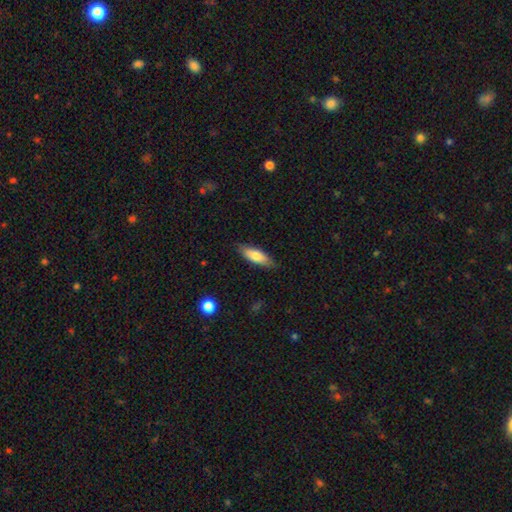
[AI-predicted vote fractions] smooth-or-featured: smooth: 75% | featured or disk: 19% | star or artifact: 6%
  how-rounded: in between: 62% | cigar-shaped: 36% | round: 2%
  merging: none: 81% | minor disturbance: 15% | major disturbance: 3% | merger: 1%